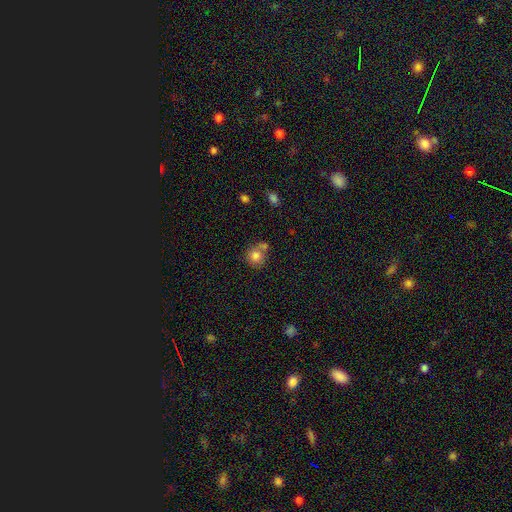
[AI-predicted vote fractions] This appears to be a smooth galaxy with no disk features (81%) that is round (84%). Merging: none (48%).